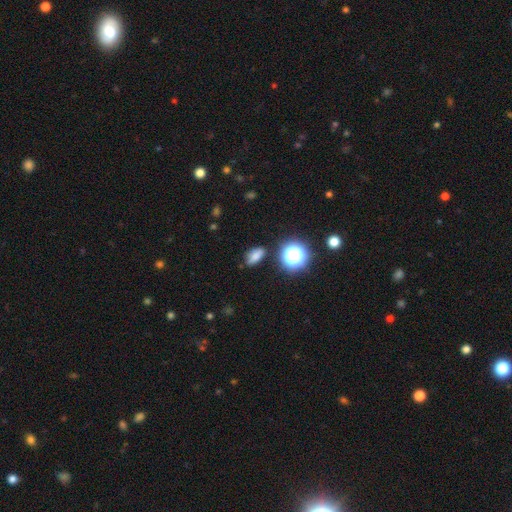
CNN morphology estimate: A smooth galaxy with no disk features (73%) that is in between round and cigar-shaped (79%). Merging: none (75%).